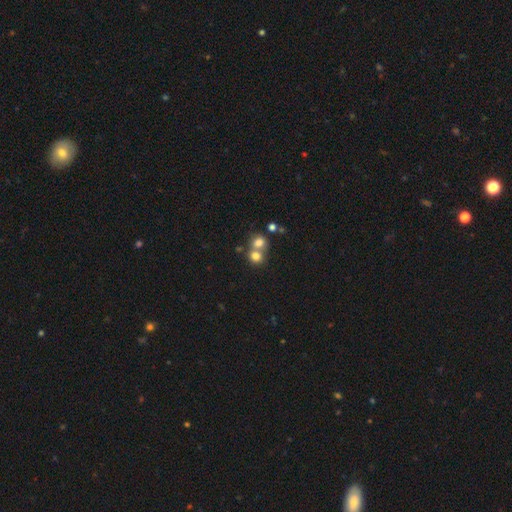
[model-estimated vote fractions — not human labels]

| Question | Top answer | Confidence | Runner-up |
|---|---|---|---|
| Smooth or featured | smooth | 76% | star or artifact (13%) |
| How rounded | round | 80% | in between (19%) |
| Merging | merger | 55% | none (38%) |